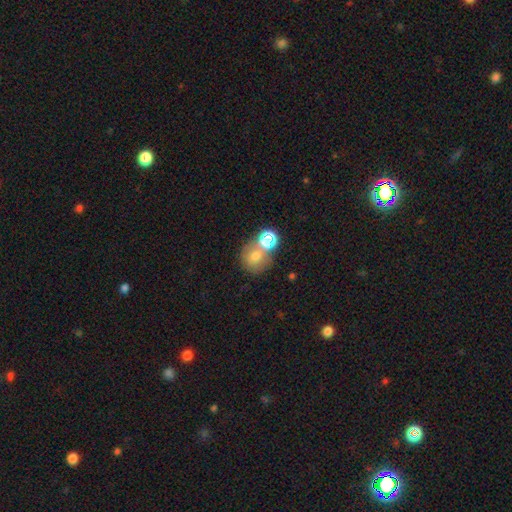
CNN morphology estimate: smooth-or-featured: smooth: 67% | featured or disk: 17% | star or artifact: 17%
  how-rounded: round: 70% | in between: 28% | cigar-shaped: 1%
  merging: none: 42% | merger: 40% | minor disturbance: 11% | major disturbance: 7%